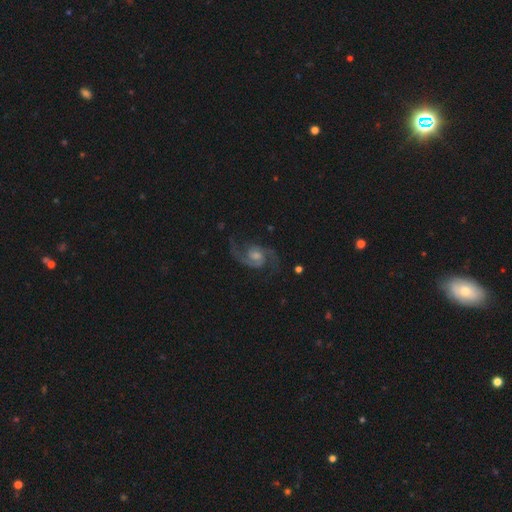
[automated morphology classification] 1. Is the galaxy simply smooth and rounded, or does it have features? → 90% featured or disk, 6% star or artifact, 4% smooth.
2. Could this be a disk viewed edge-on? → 98% no, 2% yes.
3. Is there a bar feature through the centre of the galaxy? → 53% no, 39% weak, 7% strong.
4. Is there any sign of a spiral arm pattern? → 98% yes, 2% no.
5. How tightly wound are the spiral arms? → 57% medium, 29% loose, 14% tight.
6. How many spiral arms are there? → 93% 2, 2% can't tell, 1% 3, 1% 1, 1% 4, 1% more than 4.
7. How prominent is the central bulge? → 49% moderate, 35% small, 8% large, 7% none, 1% dominant.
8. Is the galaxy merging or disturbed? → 79% none, 13% minor disturbance, 7% major disturbance, 1% merger.